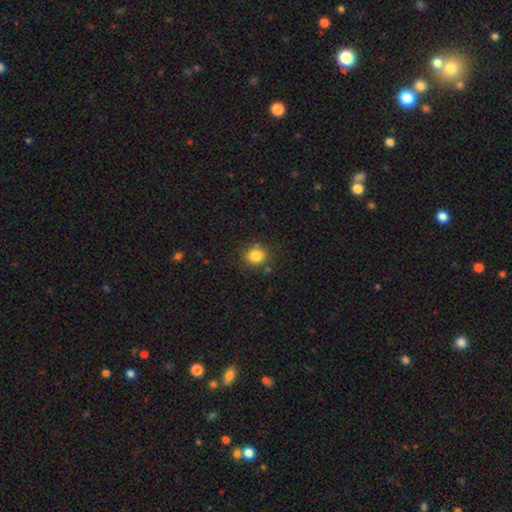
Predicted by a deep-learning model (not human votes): This is clearly a smooth galaxy (83%). How rounded: clearly round (84%). Merging: clearly none (81%).